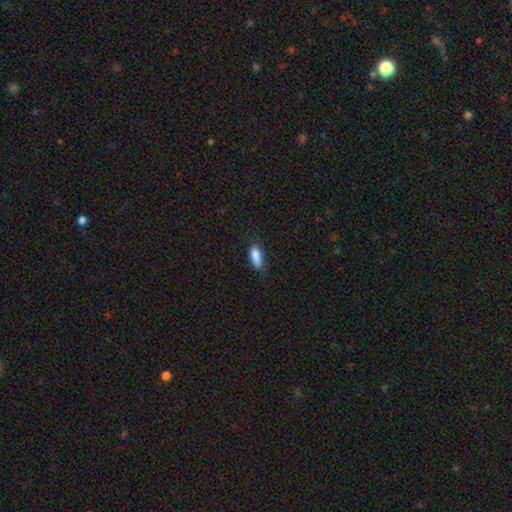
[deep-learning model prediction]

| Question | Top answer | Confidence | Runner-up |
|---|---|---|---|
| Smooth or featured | smooth | 86% | star or artifact (7%) |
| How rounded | in between | 77% | cigar-shaped (21%) |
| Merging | none | 65% | minor disturbance (27%) |